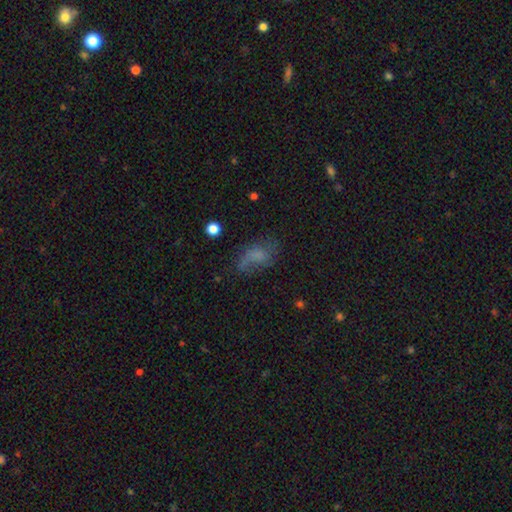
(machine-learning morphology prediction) smooth 53%, featured or disk 32%, star or artifact 15%. Down the decision tree: how rounded — in between (84%); merging — none (45%).